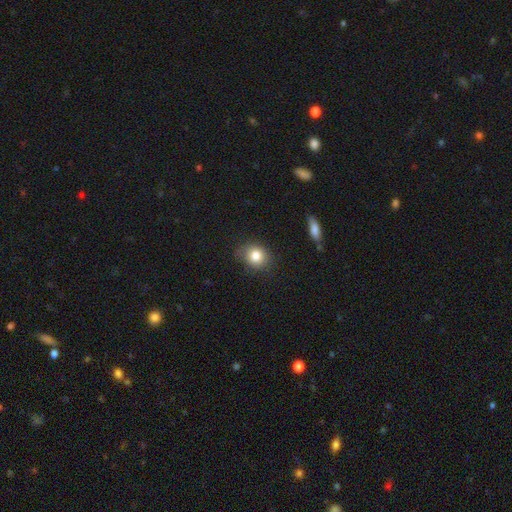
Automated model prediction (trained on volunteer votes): smooth_or_featured: smooth (p=0.82) [alt: star or artifact p=0.10]
how_rounded: round (p=0.65) [alt: in between p=0.34]
merging: none (p=0.76) [alt: minor disturbance p=0.19]